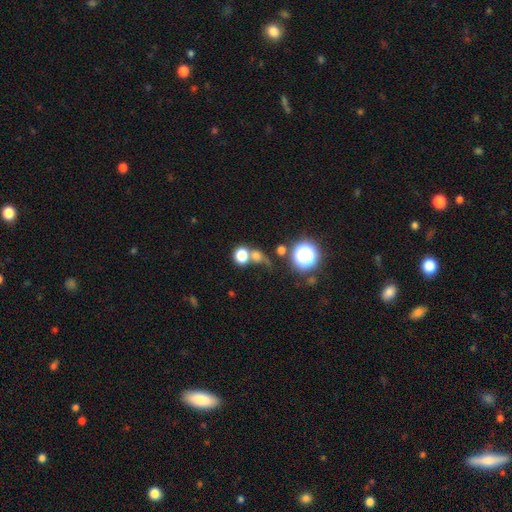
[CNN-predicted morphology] This appears to be a smooth galaxy with no disk features (65%) that is round (72%). Merging: none (40%).